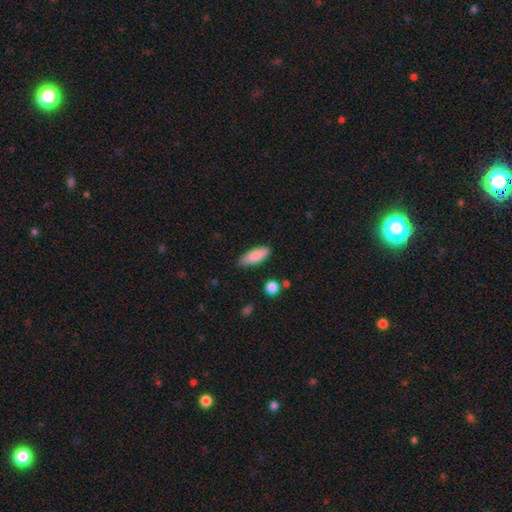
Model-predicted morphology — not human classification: Overall: smooth (86%). How rounded: in between (66%; cigar-shaped 32%). Merging: none (82%).